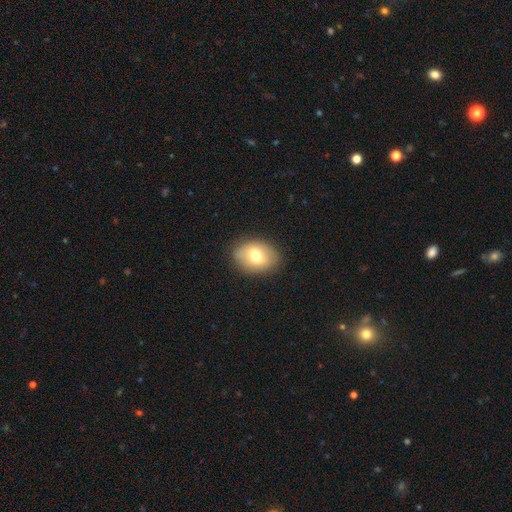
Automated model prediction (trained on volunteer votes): Smooth or featured? Predicted: smooth (p=0.65). How rounded? Predicted: in between (p=0.67). Merging? Predicted: none (p=0.84).